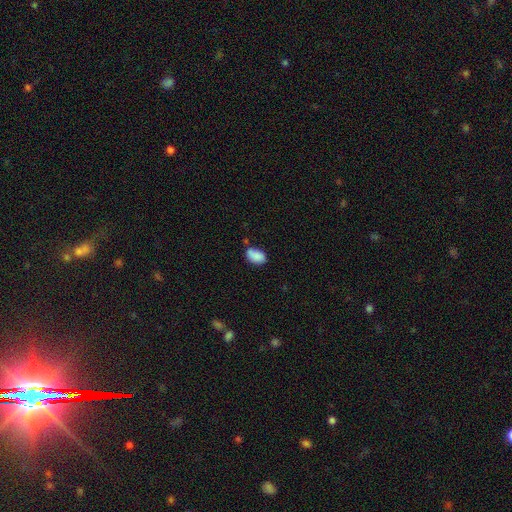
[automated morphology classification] Q: Smooth or featured?
A: smooth (85%); runner-up: star or artifact (8%)
Q: How rounded?
A: in between (89%); runner-up: round (10%)
Q: Merging?
A: none (56%); runner-up: minor disturbance (28%)